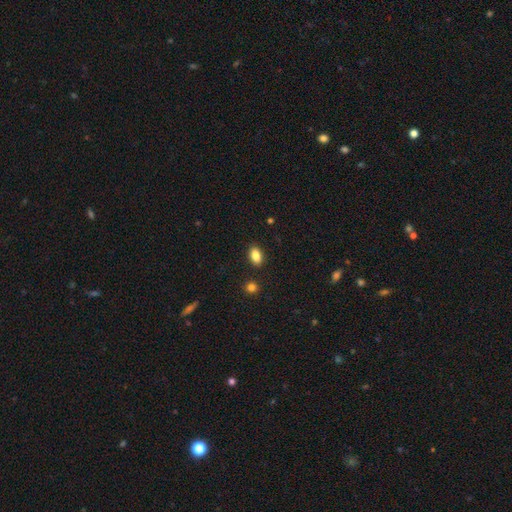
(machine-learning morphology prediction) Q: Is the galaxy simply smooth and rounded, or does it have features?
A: smooth — 85%.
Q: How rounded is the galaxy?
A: in between — 87%.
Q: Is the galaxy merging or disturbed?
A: none — 88%.